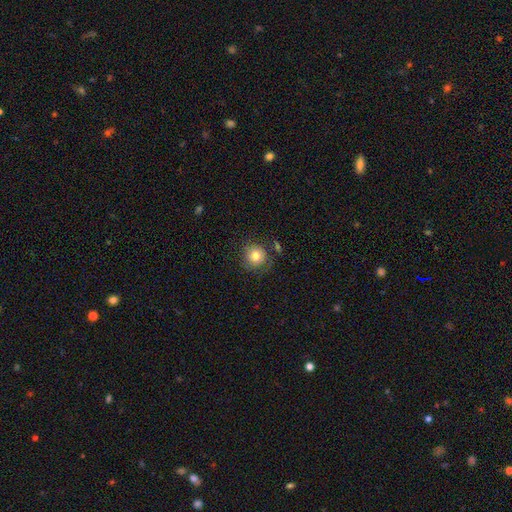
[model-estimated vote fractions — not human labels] The model was most divided on "merging": none: 71%, minor disturbance: 17%, major disturbance: 7%, merger: 5%. More confident: how rounded — round (90%); smooth or featured — smooth (78%).